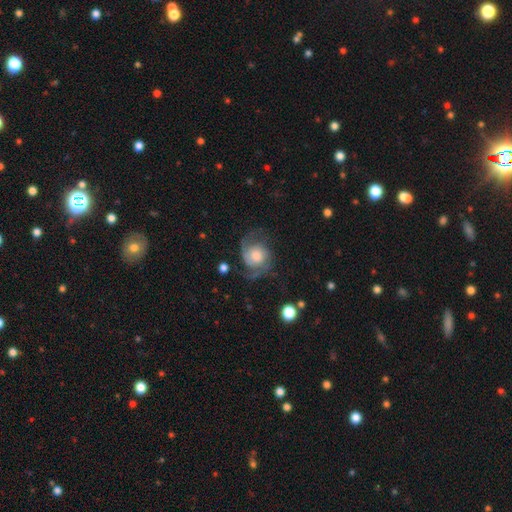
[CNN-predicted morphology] Overall: featured or disk (80%). Edge-on disk: no (98%). Bar: no (72%). Spiral arms: yes (96%). Spiral arm count: 2 (73%). Spiral winding: medium (47%; tight 31%). Bulge size: moderate (49%; large 25%). Merging: none (65%).